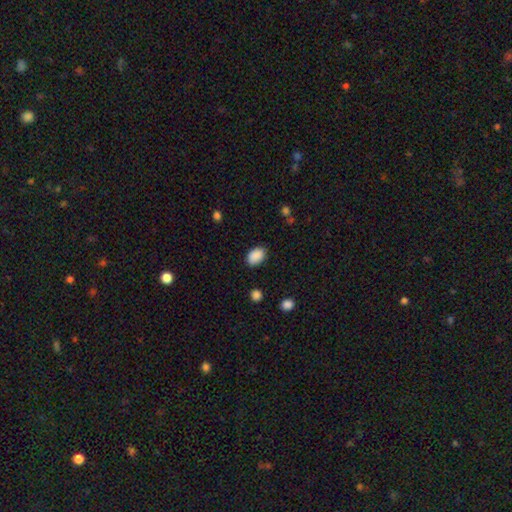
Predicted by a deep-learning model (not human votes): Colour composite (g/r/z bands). It shows a smooth galaxy with no disk features (90%) that is in between round and cigar-shaped (86%). Merging: none (84%).